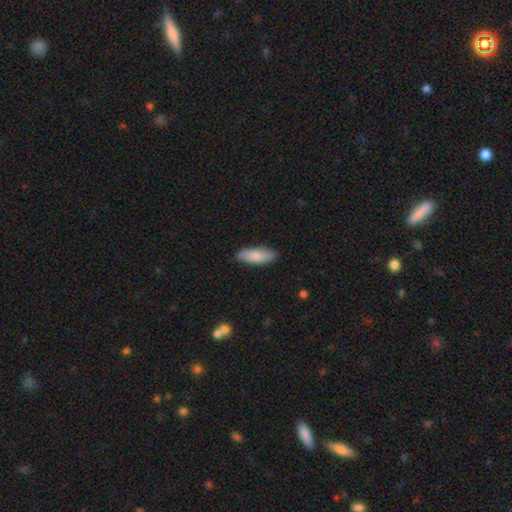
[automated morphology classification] A smooth galaxy with no disk features (83%) that is in between round and cigar-shaped (73%).

Vote fractions:
- Smooth or featured? smooth: 83% / featured or disk: 12% / star or artifact: 6%
- How rounded? in between: 73% / cigar-shaped: 25% / round: 2%
- Merging? none: 82% / minor disturbance: 15% / major disturbance: 2% / merger: 1%